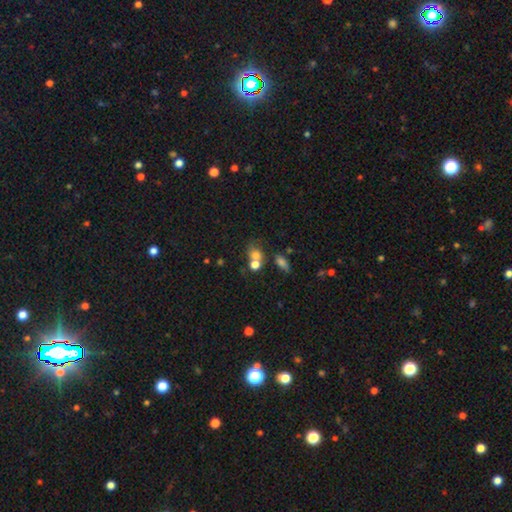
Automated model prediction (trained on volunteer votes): This is likely a smooth galaxy (71%). How rounded: likely round (61%). Merging: possibly merger (46%).